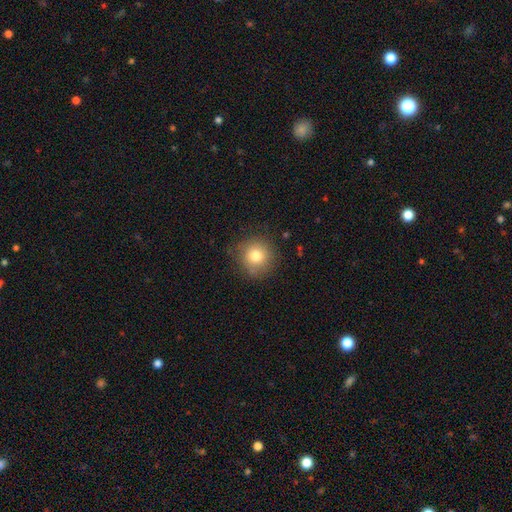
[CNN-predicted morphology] This is likely a smooth galaxy (78%). How rounded: clearly round (93%). Merging: clearly none (83%).